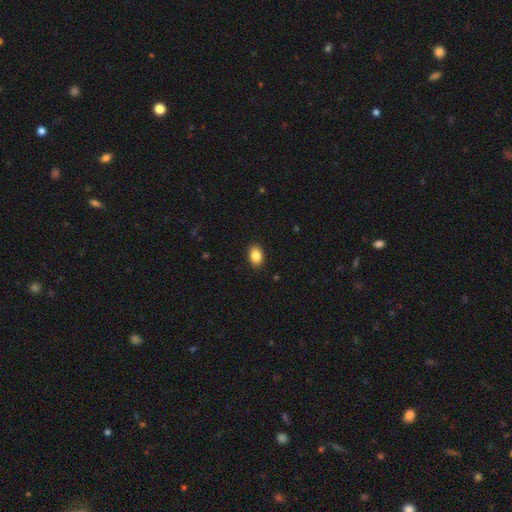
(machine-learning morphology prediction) smooth 86%, star or artifact 8%, featured or disk 6%. Down the decision tree: how rounded — in between (82%); merging — none (90%).